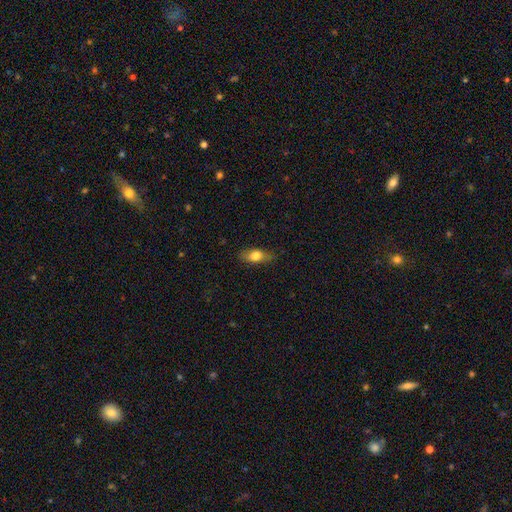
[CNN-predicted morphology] Q: Smooth or featured?
A: smooth (70%); runner-up: featured or disk (22%)
Q: How rounded?
A: in between (72%); runner-up: cigar-shaped (22%)
Q: Merging?
A: none (83%); runner-up: minor disturbance (13%)